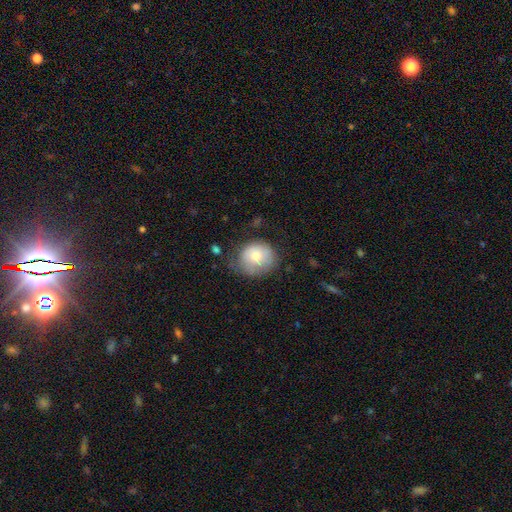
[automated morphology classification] The model was most divided on "merging": none: 55%, minor disturbance: 31%, major disturbance: 12%, merger: 2%. More confident: how rounded — round (78%); smooth or featured — smooth (70%).